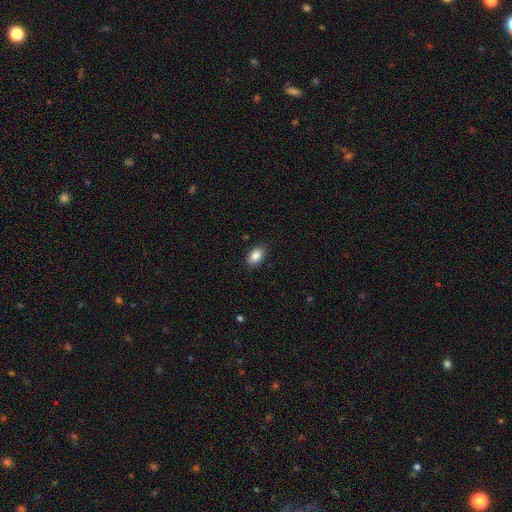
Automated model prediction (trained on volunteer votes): Smooth or featured? Predicted: smooth (p=0.87). How rounded? Predicted: in between (p=0.84). Merging? Predicted: none (p=0.87).